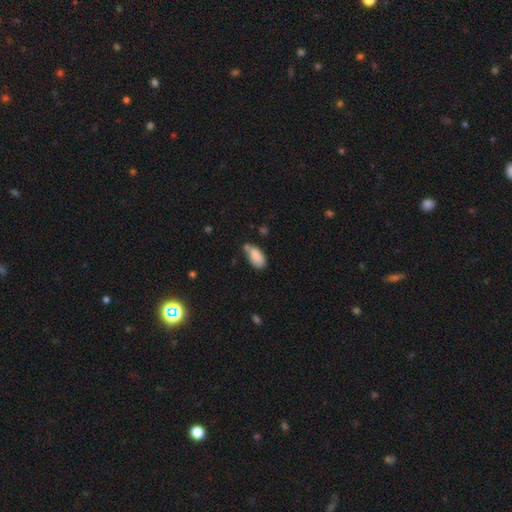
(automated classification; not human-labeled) Smooth or featured? smooth (84%)
How rounded? in between (92%)
Merging? none (44%)